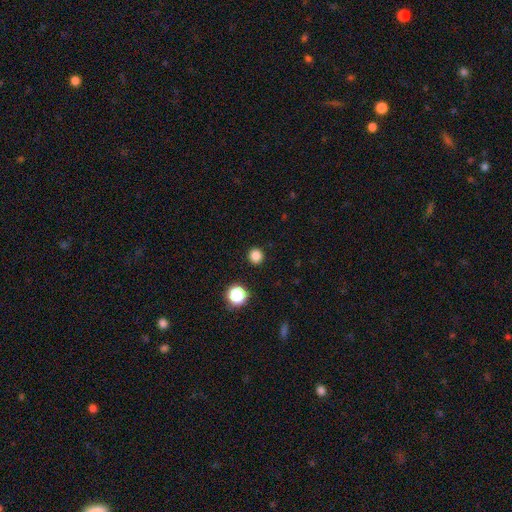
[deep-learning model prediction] Q: Smooth or featured?
A: smooth (83%); runner-up: star or artifact (14%)
Q: How rounded?
A: round (95%); runner-up: in between (4%)
Q: Merging?
A: none (92%); runner-up: minor disturbance (5%)